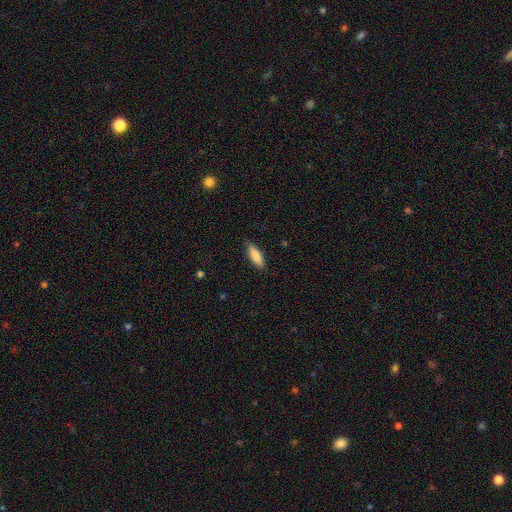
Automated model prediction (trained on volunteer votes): Overall: smooth (83%). How rounded: in between (54%; cigar-shaped 44%). Merging: none (84%).